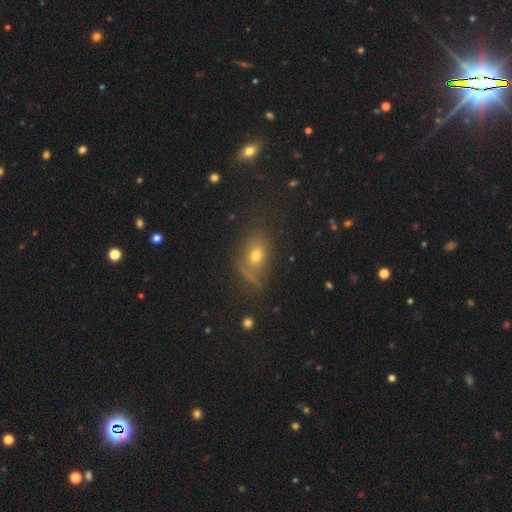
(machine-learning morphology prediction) type=smooth (63%); roundness=in between (67%); merging=none (63%).